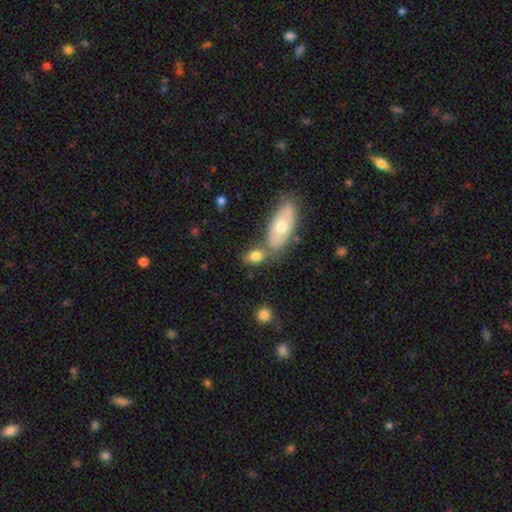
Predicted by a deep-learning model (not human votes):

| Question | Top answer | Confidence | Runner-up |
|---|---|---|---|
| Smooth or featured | smooth | 76% | featured or disk (16%) |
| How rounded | in between | 79% | round (16%) |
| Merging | none | 49% | merger (33%) |